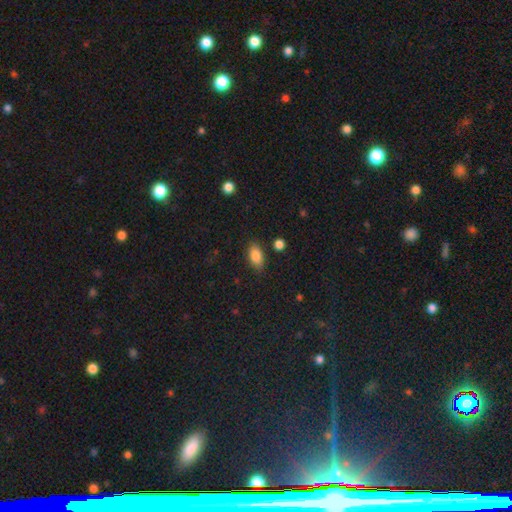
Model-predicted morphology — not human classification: Q: Smooth or featured?
A: smooth (84%); runner-up: star or artifact (9%)
Q: How rounded?
A: in between (90%); runner-up: round (6%)
Q: Merging?
A: none (84%); runner-up: minor disturbance (11%)